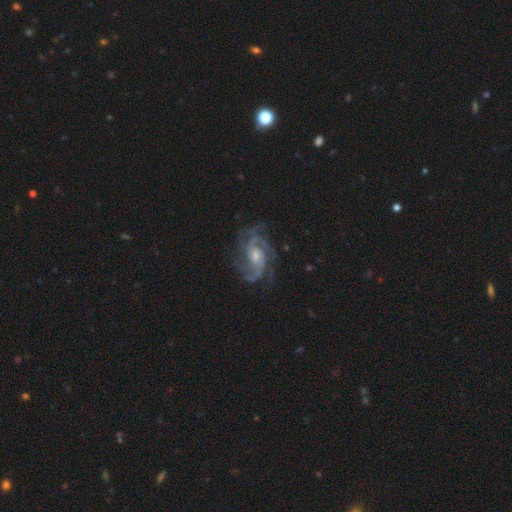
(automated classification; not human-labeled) A featured or disk galaxy (91%) with no bar (53%), 3 (37%) medium (48%) spiral arms (98%) and a moderate central bulge (50%).

Vote fractions:
- Smooth or featured? featured or disk: 91% / star or artifact: 5% / smooth: 4%
- Edge-on disk? no: 98% / yes: 2%
- Bar? no: 53% / weak: 38% / strong: 9%
- Spiral arms? yes: 98% / no: 2%
- Spiral winding? medium: 48% / tight: 43% / loose: 9%
- Spiral arm count? 3: 37% / 2: 24% / 4: 14% / can't tell: 12% / more than 4: 6% / 1: 6%
- Bulge size? moderate: 50% / small: 40% / large: 5% / none: 4% / dominant: 1%
- Merging? none: 75% / minor disturbance: 16% / major disturbance: 8% / merger: 1%